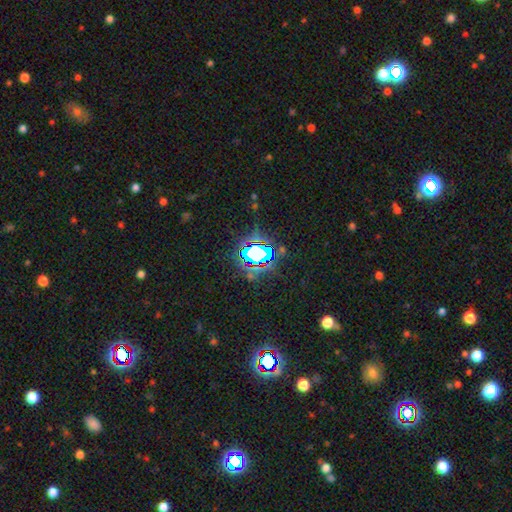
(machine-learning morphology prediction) This is likely a star or artifact rather than a galaxy (72%).